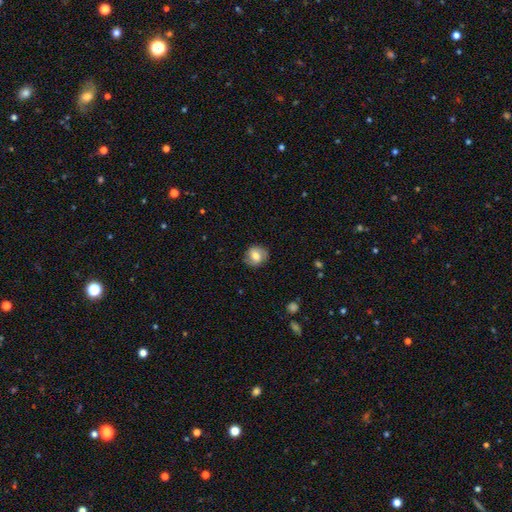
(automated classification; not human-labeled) Q: Smooth or featured?
A: smooth (63%); runner-up: featured or disk (28%)
Q: How rounded?
A: round (76%); runner-up: in between (23%)
Q: Merging?
A: none (82%); runner-up: minor disturbance (13%)